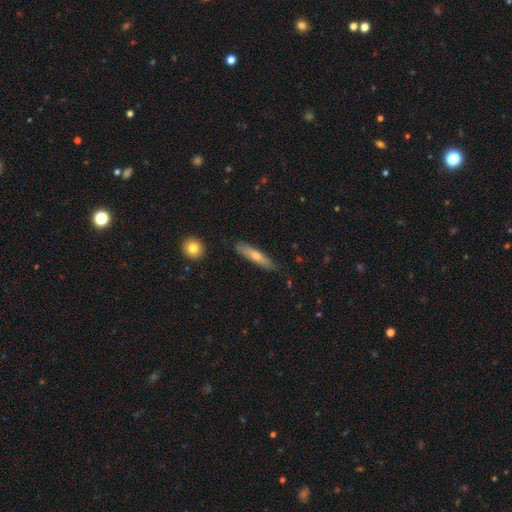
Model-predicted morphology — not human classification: Smooth or featured? smooth (55%)
How rounded? cigar-shaped (86%)
Merging? none (83%)